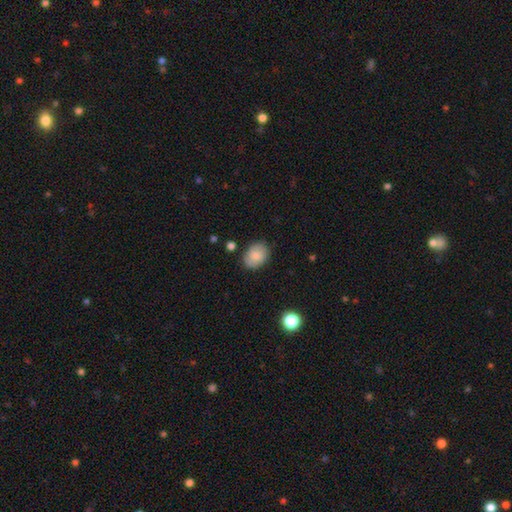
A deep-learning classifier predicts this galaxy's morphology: smooth_or_featured: smooth (p=0.81) [alt: featured or disk p=0.12]
how_rounded: in between (p=0.67) [alt: round p=0.32]
merging: none (p=0.81) [alt: minor disturbance p=0.14]